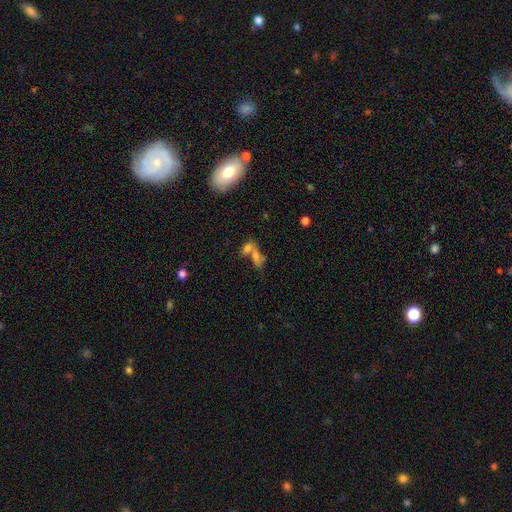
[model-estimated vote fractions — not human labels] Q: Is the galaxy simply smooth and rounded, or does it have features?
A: smooth — 56%.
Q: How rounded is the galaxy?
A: in between — 72%.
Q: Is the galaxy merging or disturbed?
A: merger — 58%.